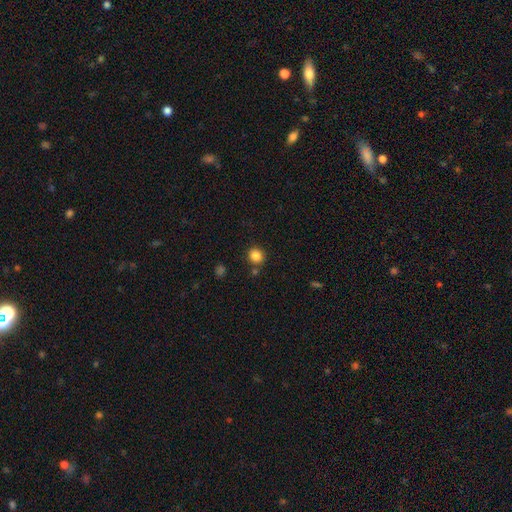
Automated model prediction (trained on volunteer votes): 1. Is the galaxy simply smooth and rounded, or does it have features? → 85% smooth, 11% star or artifact, 4% featured or disk.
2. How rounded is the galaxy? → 87% round, 12% in between, 1% cigar-shaped.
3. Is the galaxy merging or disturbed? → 82% none, 8% minor disturbance, 7% merger, 3% major disturbance.